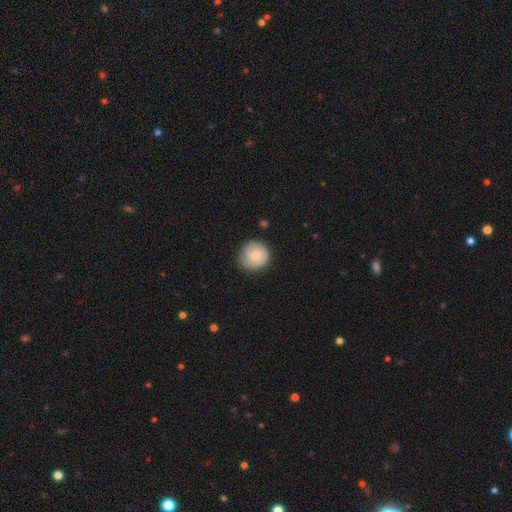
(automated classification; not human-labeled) The model was most divided on "merging": none: 76%, minor disturbance: 19%, major disturbance: 4%, merger: 1%. More confident: how rounded — round (90%); smooth or featured — smooth (76%).